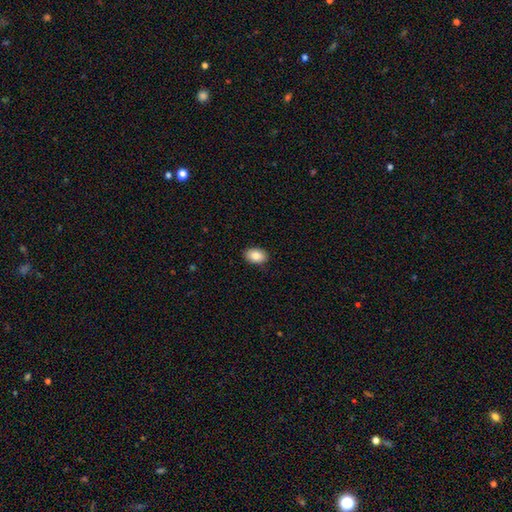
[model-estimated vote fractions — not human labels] smooth_or_featured: smooth (p=0.83) [alt: featured or disk p=0.09]
how_rounded: in between (p=0.85) [alt: round p=0.14]
merging: none (p=0.89) [alt: minor disturbance p=0.09]